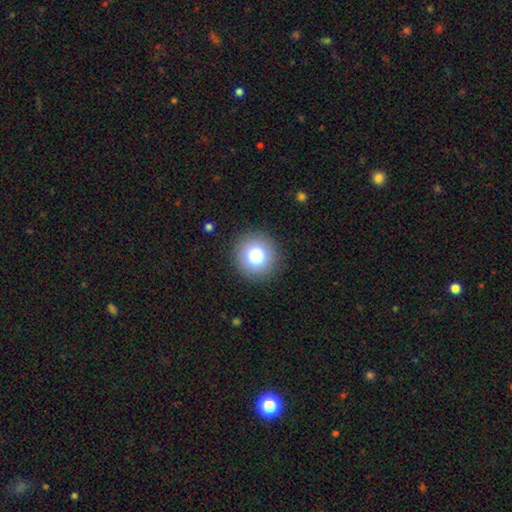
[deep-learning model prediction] Smooth or featured? Predicted: smooth (p=0.83). How rounded? Predicted: round (p=0.94). Merging? Predicted: none (p=0.90).